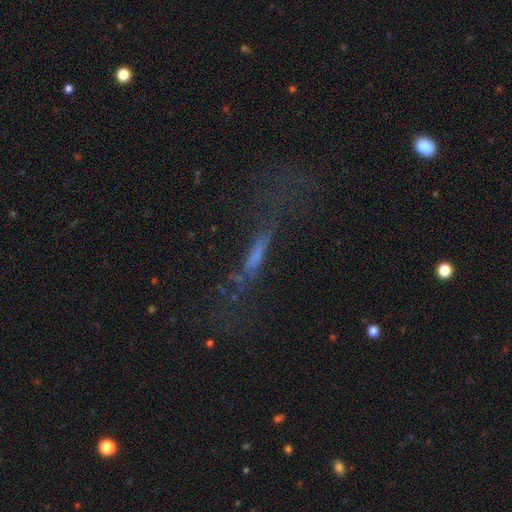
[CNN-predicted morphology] Smooth or featured?
  - smooth: 47% *
  - featured or disk: 33%
  - star or artifact: 20%
Merging?
  - none: 42% *
  - major disturbance: 32%
  - minor disturbance: 19%
  - merger: 7%